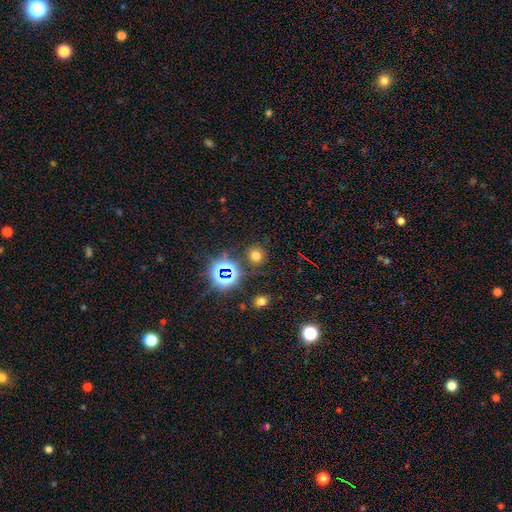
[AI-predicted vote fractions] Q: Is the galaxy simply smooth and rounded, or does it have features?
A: smooth — 63%.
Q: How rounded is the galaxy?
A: round — 88%.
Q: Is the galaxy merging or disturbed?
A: none — 84%.